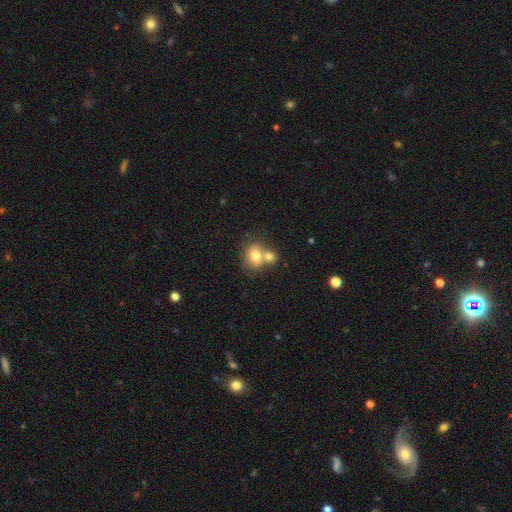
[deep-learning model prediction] Morphology: type=smooth (76%); roundness=round (57%); merging=merger (59%).